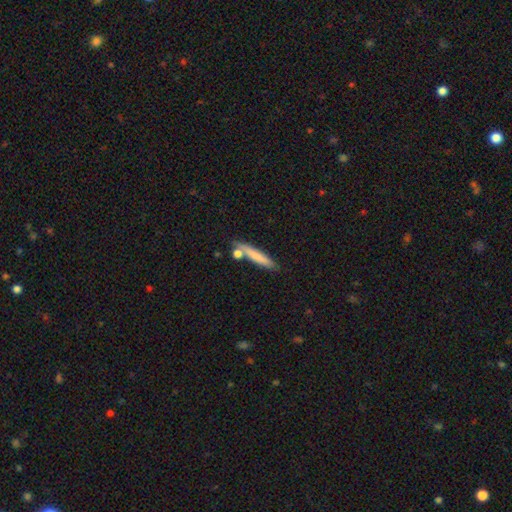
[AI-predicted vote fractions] This appears to be a smooth galaxy with no disk features (74%) that is cigar-shaped (88%). Merging: none (69%).